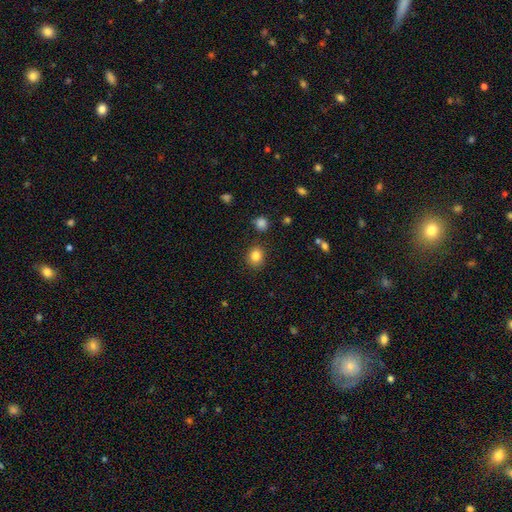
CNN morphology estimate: smooth 84%, star or artifact 11%, featured or disk 6%. Down the decision tree: how rounded — round (73%); merging — none (87%).